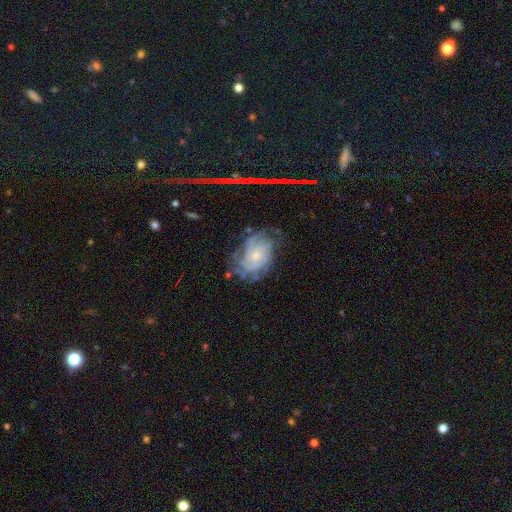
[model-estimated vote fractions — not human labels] A featured or disk galaxy (74%) with no bar (75%), tight (56%) spiral arms (89%) and a small central bulge (58%). Merging: none (60%).